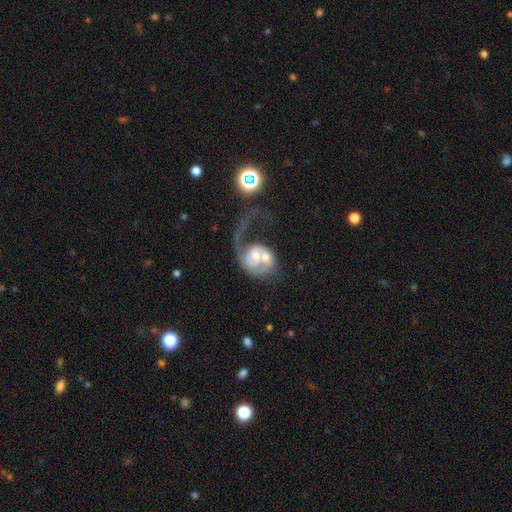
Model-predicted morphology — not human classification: featured or disk 68%, smooth 25%, star or artifact 7%. Down the decision tree: edge-on disk — no (97%); bar — no (68%); spiral arms — yes (76%); spiral arm count — 1 (59%); spiral winding — loose (61%); bulge size — moderate (55%); merging — merger (56%).